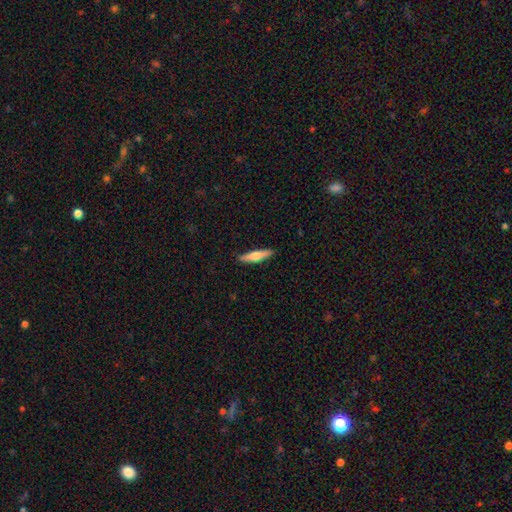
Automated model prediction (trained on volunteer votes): Morphology: type=smooth (58%); roundness=cigar-shaped (79%); merging=none (88%).